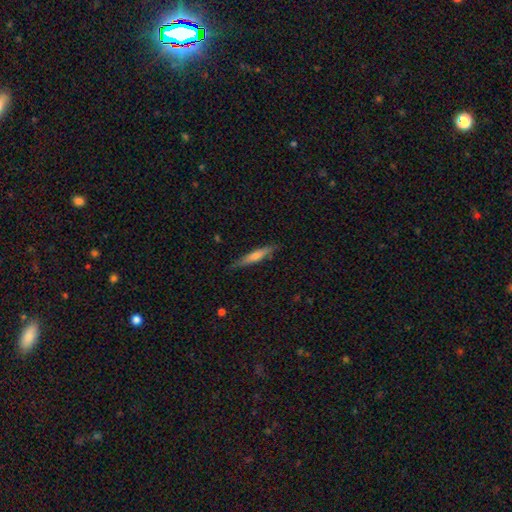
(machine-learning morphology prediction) smooth_or_featured: featured or disk (p=0.48) [alt: smooth p=0.45]
merging: none (p=0.85) [alt: minor disturbance p=0.12]